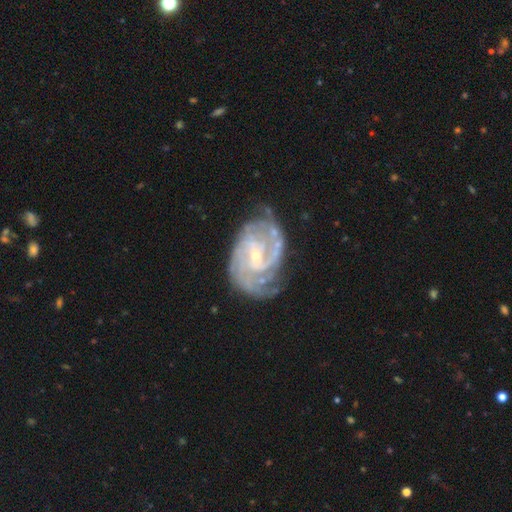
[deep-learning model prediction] Smooth or featured? Predicted: featured or disk (p=0.89). Edge-on disk? Predicted: no (p=0.97). Bar? Predicted: weak (p=0.46). Spiral arms? Predicted: yes (p=0.97). Spiral winding? Predicted: tight (p=0.54). Spiral arm count? Predicted: 2 (p=0.38). Bulge size? Predicted: small (p=0.77). Merging? Predicted: none (p=0.64).